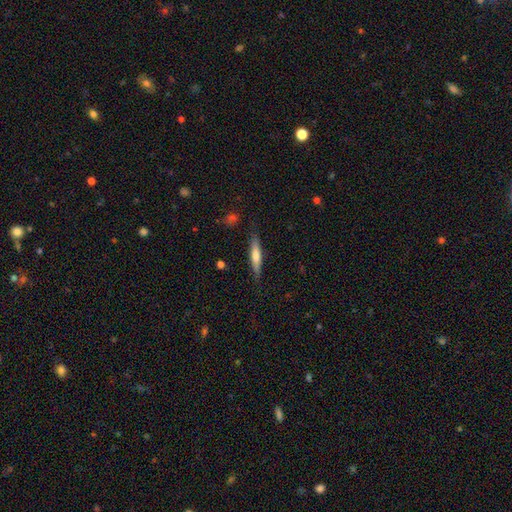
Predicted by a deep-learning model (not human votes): smooth 62%, featured or disk 32%, star or artifact 6%. Down the decision tree: how rounded — cigar-shaped (83%); merging — none (83%).